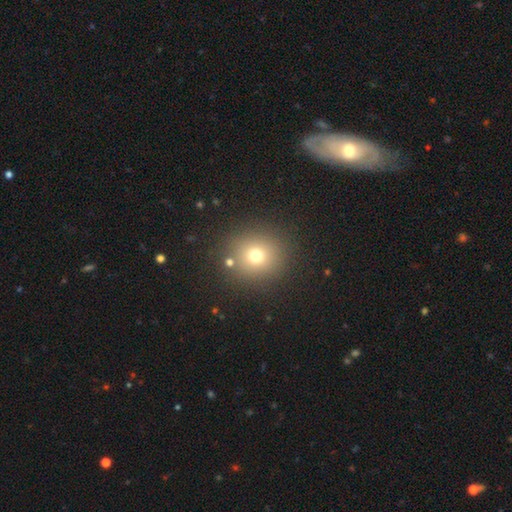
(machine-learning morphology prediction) type=smooth (71%); roundness=round (89%); merging=none (84%).